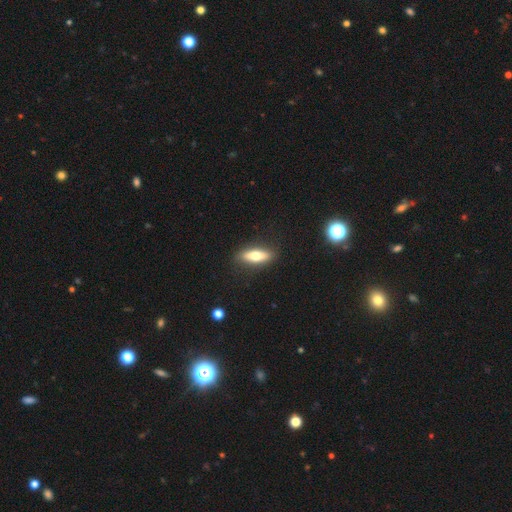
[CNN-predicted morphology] Q: Smooth or featured?
A: smooth (63%); runner-up: featured or disk (31%)
Q: How rounded?
A: in between (52%); runner-up: cigar-shaped (45%)
Q: Merging?
A: none (86%); runner-up: minor disturbance (10%)